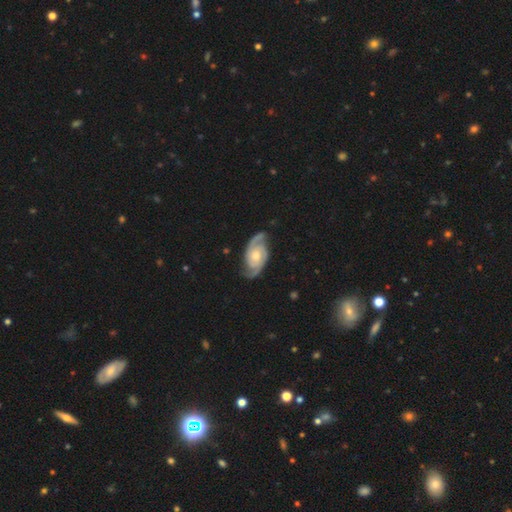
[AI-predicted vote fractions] smooth-or-featured: featured or disk: 90% | smooth: 6% | star or artifact: 4%
  disk-edge-on: no: 97% | yes: 3%
    bar: no: 69% | weak: 25% | strong: 6%
    has-spiral-arms: yes: 98% | no: 2%
      spiral-winding: medium: 46% | tight: 41% | loose: 13%
      spiral-arm-count: 2: 91% | 3: 3% | can't tell: 3% | 1: 1% | 4: 1% | more than 4: 1%
    bulge-size: moderate: 51% | small: 39% | large: 5% | none: 3% | dominant: 1%
  merging: none: 80% | minor disturbance: 15% | major disturbance: 4% | merger: 1%